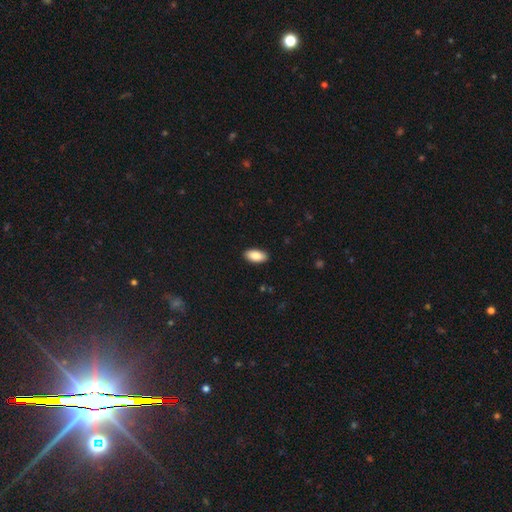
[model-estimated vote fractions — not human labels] This appears to be a smooth galaxy with no disk features (88%) that is in between round and cigar-shaped (93%). Merging: none (90%).